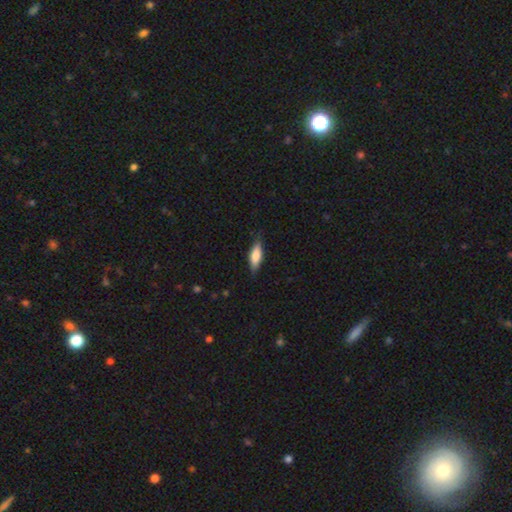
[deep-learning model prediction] This is likely a smooth galaxy (73%). How rounded: possibly in between (58%). Merging: clearly none (82%).